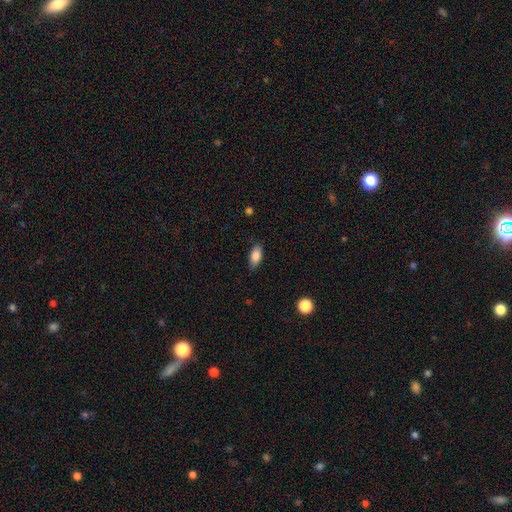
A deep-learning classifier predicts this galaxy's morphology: smooth_or_featured: smooth (p=0.86) [alt: star or artifact p=0.07]
how_rounded: in between (p=0.89) [alt: cigar-shaped p=0.08]
merging: none (p=0.84) [alt: minor disturbance p=0.13]